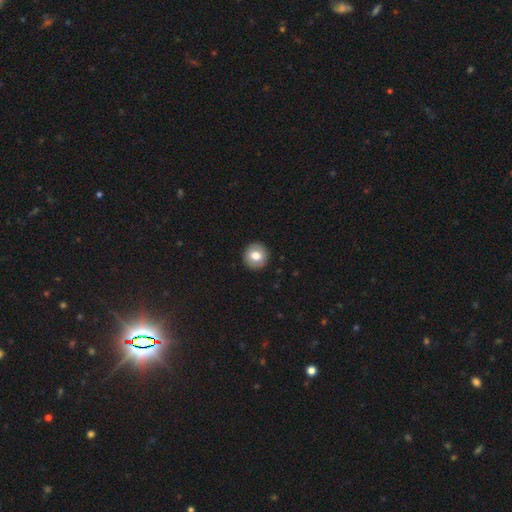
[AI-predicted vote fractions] Smooth or featured? smooth (75%)
How rounded? round (93%)
Merging? none (92%)